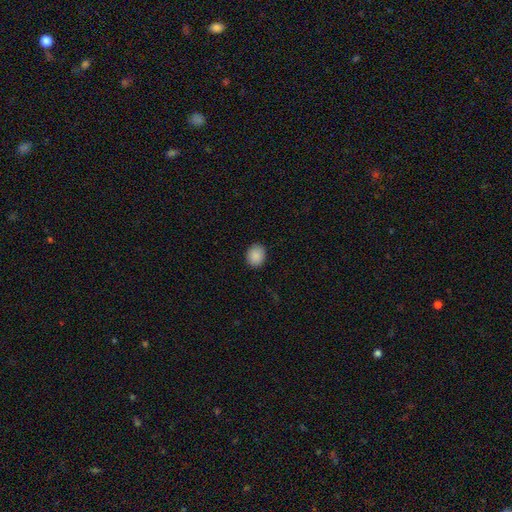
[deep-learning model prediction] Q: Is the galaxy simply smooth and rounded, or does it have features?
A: smooth — 89%.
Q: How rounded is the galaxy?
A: round — 66%.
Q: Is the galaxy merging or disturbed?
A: none — 90%.